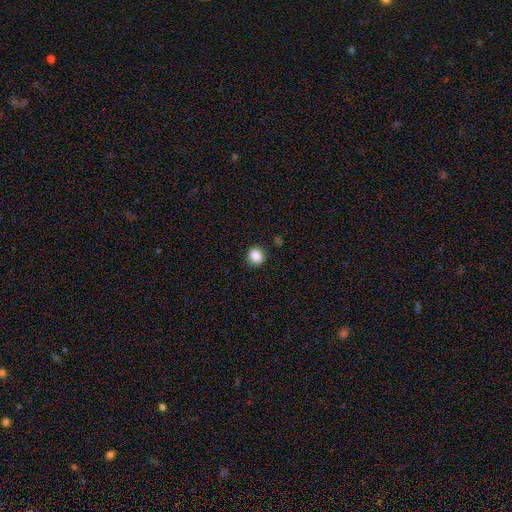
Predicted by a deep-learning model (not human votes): The model was most divided on "how rounded": round: 77%, in between: 22%, cigar-shaped: 1%. More confident: smooth or featured — smooth (87%); merging — none (86%).